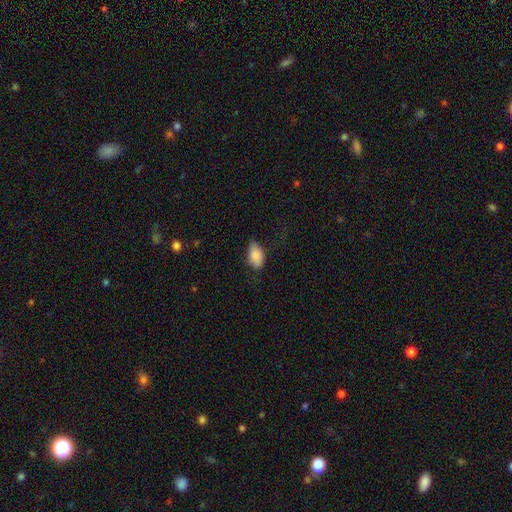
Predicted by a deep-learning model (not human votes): Q: Smooth or featured?
A: smooth (87%); runner-up: star or artifact (7%)
Q: How rounded?
A: in between (92%); runner-up: round (6%)
Q: Merging?
A: none (64%); runner-up: minor disturbance (27%)